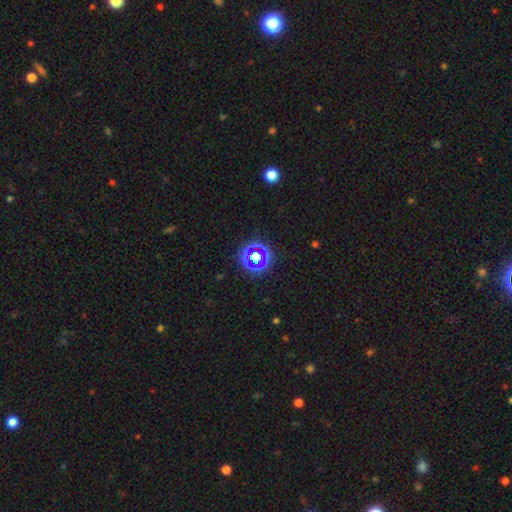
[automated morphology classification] Q: Smooth or featured?
A: star or artifact (62%); runner-up: smooth (25%)